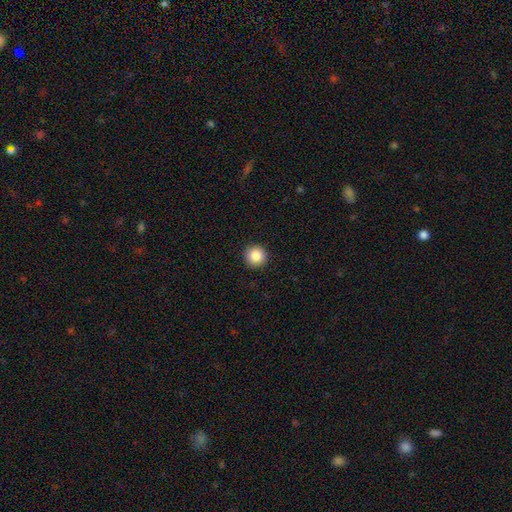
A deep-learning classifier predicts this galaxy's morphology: Smooth or featured?
  - smooth: 86% *
  - star or artifact: 9%
  - featured or disk: 5%
How rounded?
  - round: 96% *
  - in between: 3%
  - cigar-shaped: 1%
Merging?
  - none: 93% *
  - minor disturbance: 5%
  - major disturbance: 2%
  - merger: 1%